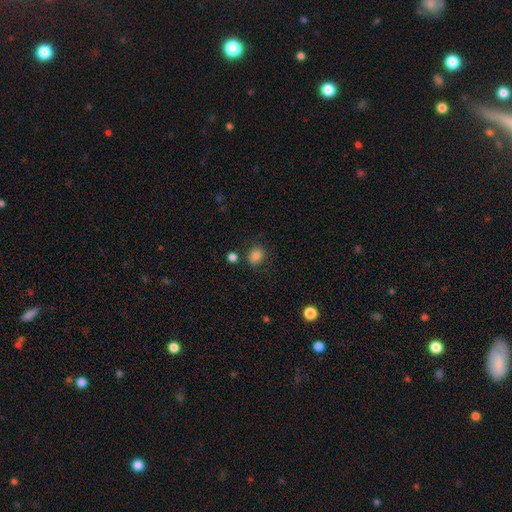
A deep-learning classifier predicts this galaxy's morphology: This is clearly a smooth galaxy (84%). How rounded: possibly round (53%). Merging: likely none (76%).